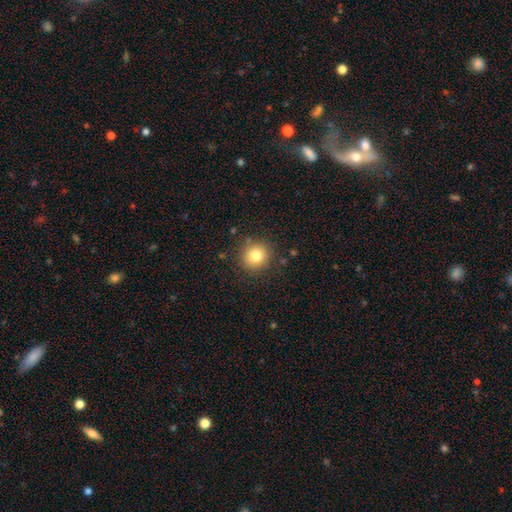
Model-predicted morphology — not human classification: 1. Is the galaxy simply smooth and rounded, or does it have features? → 81% smooth, 11% star or artifact, 8% featured or disk.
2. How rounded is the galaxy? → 91% round, 8% in between, 1% cigar-shaped.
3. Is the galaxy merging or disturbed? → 87% none, 9% minor disturbance, 3% major disturbance, 2% merger.